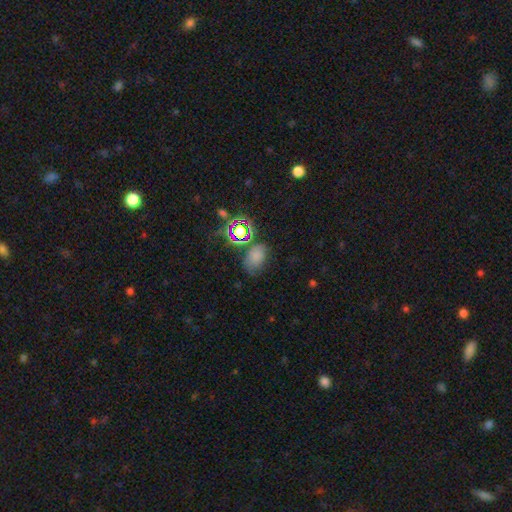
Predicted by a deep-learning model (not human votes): The model was most divided on "smooth or featured": smooth: 63%, star or artifact: 28%, featured or disk: 10%. More confident: how rounded — in between (72%); merging — none (59%).